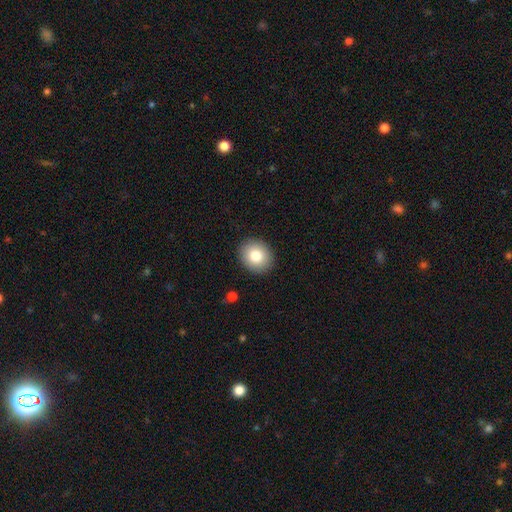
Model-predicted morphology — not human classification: Overall: smooth (82%). How rounded: round (66%; in between 33%). Merging: none (90%).